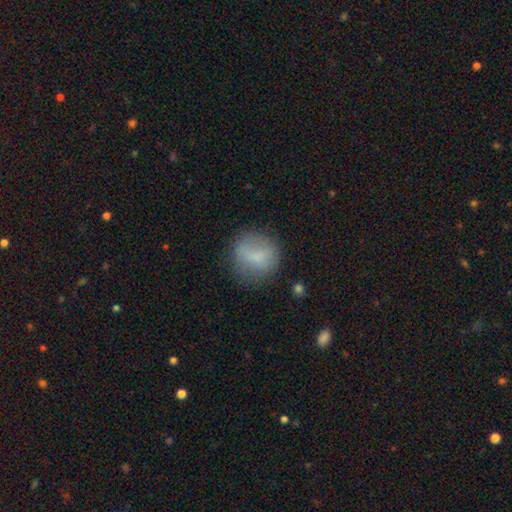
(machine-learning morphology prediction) Smooth or featured?
  - smooth: 72% *
  - featured or disk: 19%
  - star or artifact: 9%
How rounded?
  - round: 79% *
  - in between: 19%
  - cigar-shaped: 2%
Merging?
  - none: 67% *
  - minor disturbance: 21%
  - major disturbance: 10%
  - merger: 2%